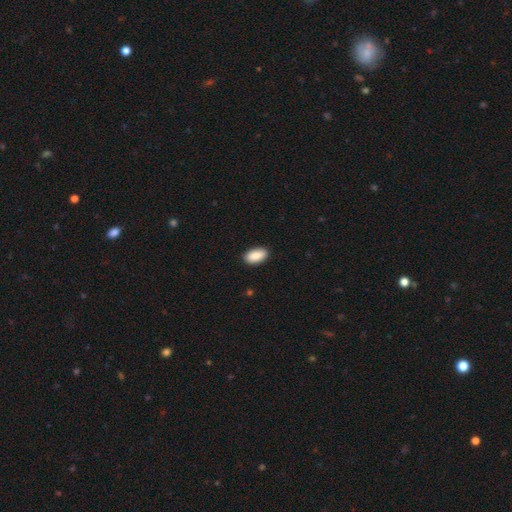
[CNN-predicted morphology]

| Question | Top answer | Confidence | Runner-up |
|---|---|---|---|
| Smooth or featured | smooth | 90% | star or artifact (6%) |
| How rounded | in between | 93% | cigar-shaped (3%) |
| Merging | none | 90% | minor disturbance (7%) |